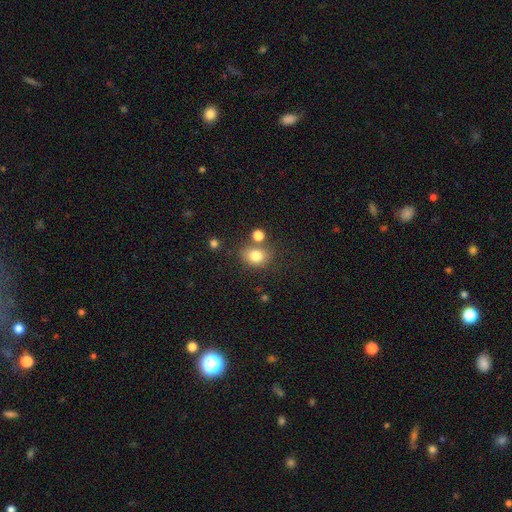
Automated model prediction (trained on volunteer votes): Q: Smooth or featured?
A: smooth (81%); runner-up: star or artifact (11%)
Q: How rounded?
A: round (51%); runner-up: in between (48%)
Q: Merging?
A: none (65%); runner-up: merger (17%)